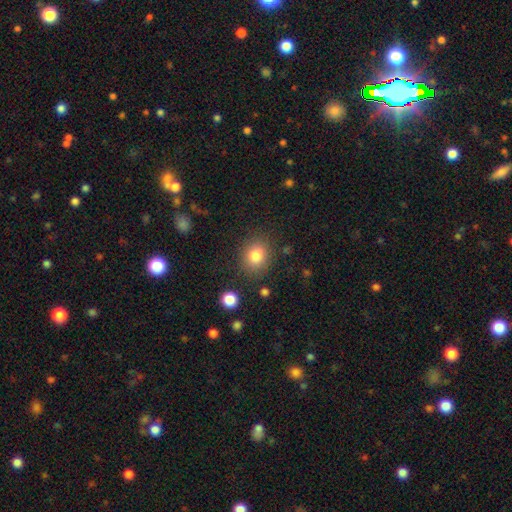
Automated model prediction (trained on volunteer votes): smooth-or-featured: smooth: 82% | star or artifact: 10% | featured or disk: 7%
  how-rounded: round: 63% | in between: 36% | cigar-shaped: 1%
  merging: none: 83% | minor disturbance: 11% | major disturbance: 4% | merger: 3%